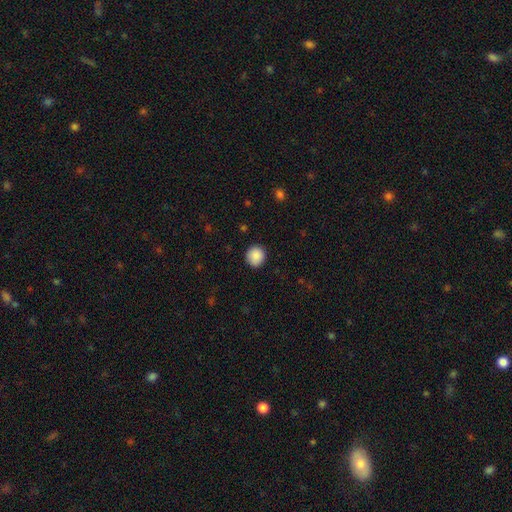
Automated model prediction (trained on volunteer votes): This appears to be a smooth galaxy with no disk features (89%) that is round (92%). Merging: none (91%).